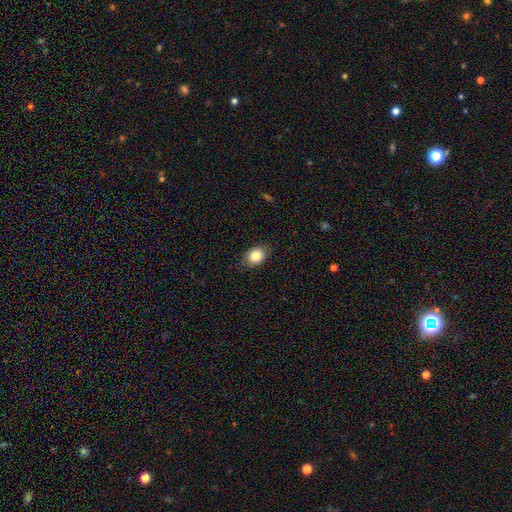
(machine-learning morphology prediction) A smooth galaxy with no disk features (85%) that is in between round and cigar-shaped (70%).

Vote fractions:
- Smooth or featured? smooth: 85% / star or artifact: 8% / featured or disk: 7%
- How rounded? in between: 70% / round: 29% / cigar-shaped: 1%
- Merging? none: 83% / minor disturbance: 13% / major disturbance: 3% / merger: 1%